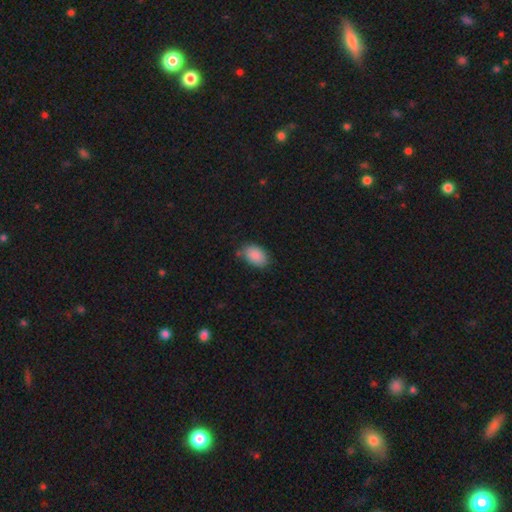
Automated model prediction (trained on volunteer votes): smooth_or_featured: smooth (p=0.89) [alt: star or artifact p=0.07]
how_rounded: in between (p=0.88) [alt: round p=0.11]
merging: none (p=0.76) [alt: minor disturbance p=0.18]